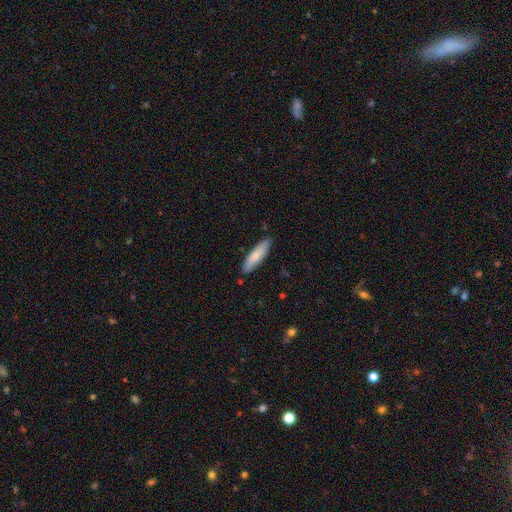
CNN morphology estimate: Smooth or featured: smooth — 80% (featured or disk — 15%)
How rounded: cigar-shaped — 65% (in between — 34%)
Merging: none — 85% (minor disturbance — 12%)